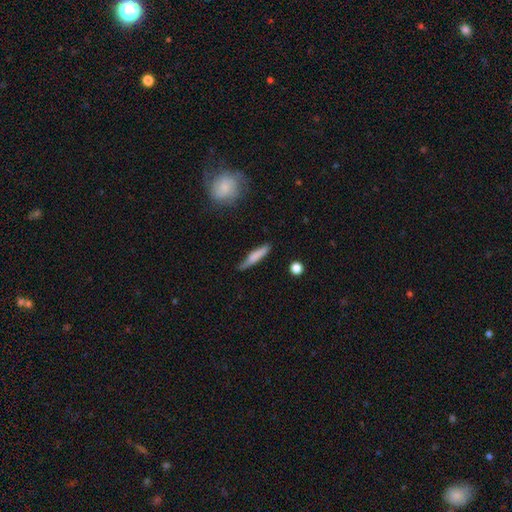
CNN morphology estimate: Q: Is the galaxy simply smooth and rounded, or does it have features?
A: smooth — 69%.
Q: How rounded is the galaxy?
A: cigar-shaped — 87%.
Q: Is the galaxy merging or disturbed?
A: none — 72%.